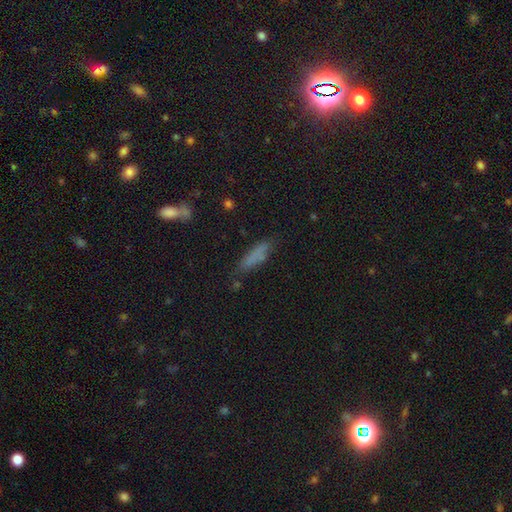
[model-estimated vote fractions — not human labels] Q: Smooth or featured?
A: smooth (75%); runner-up: featured or disk (14%)
Q: How rounded?
A: cigar-shaped (73%); runner-up: in between (25%)
Q: Merging?
A: none (74%); runner-up: minor disturbance (17%)